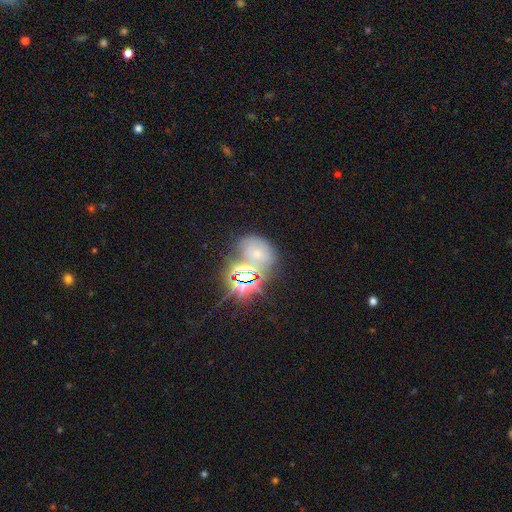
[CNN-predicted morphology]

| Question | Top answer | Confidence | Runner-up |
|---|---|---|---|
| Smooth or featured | star or artifact | 54% | featured or disk (25%) |